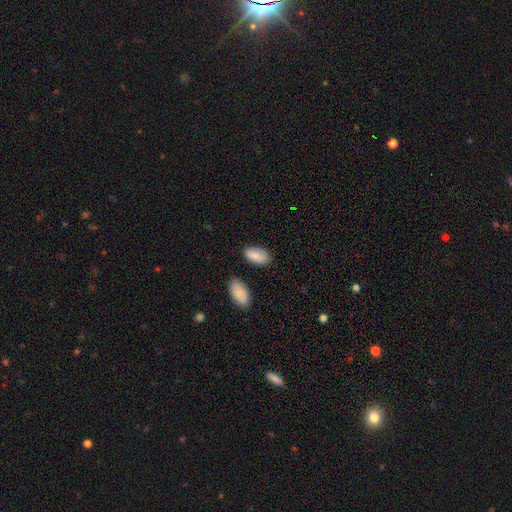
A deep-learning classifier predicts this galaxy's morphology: This is clearly a smooth galaxy (88%). How rounded: clearly in between (94%). Merging: likely none (79%).